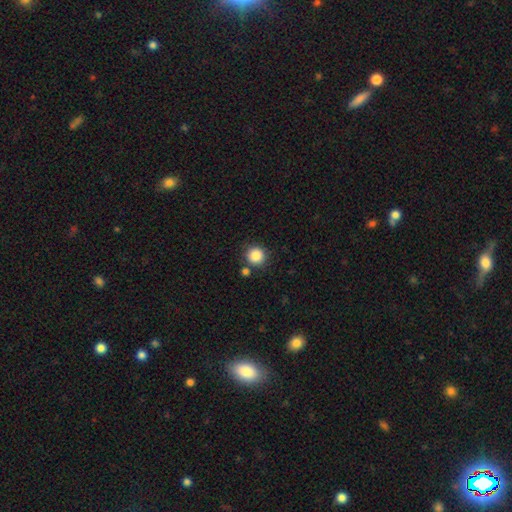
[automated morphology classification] Overall: smooth (86%). How rounded: round (93%). Merging: none (80%).